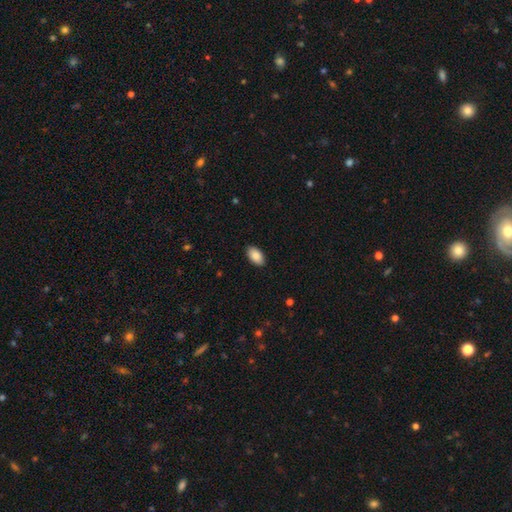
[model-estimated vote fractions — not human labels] smooth 89%, star or artifact 7%, featured or disk 5%. Down the decision tree: how rounded — in between (95%); merging — none (89%).